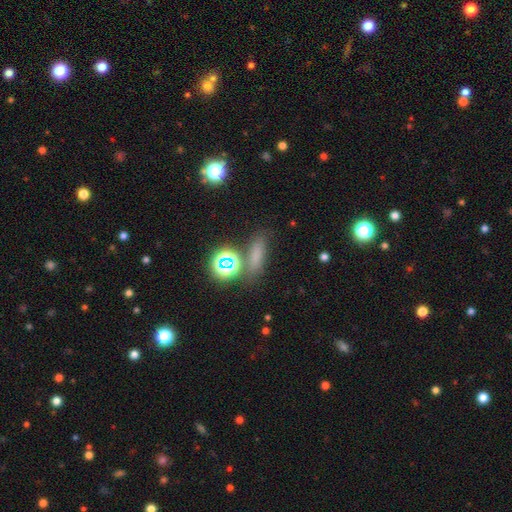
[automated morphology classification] A smooth galaxy with no disk features (65%) that is cigar-shaped (43%). Merging: none (73%).